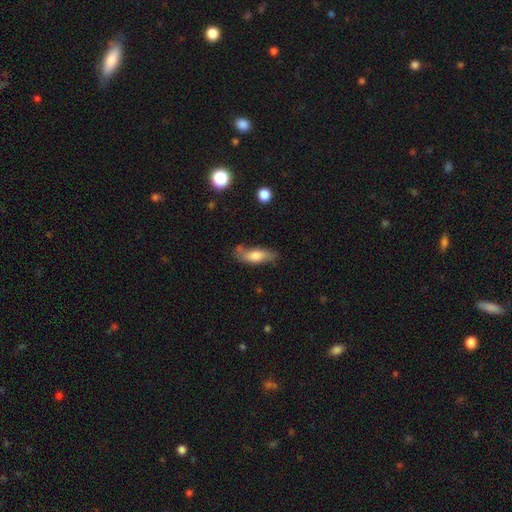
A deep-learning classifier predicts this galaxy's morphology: Smooth or featured?
  - smooth: 64% *
  - featured or disk: 29%
  - star or artifact: 7%
How rounded?
  - in between: 60% *
  - cigar-shaped: 37%
  - round: 3%
Merging?
  - none: 63% *
  - minor disturbance: 24%
  - major disturbance: 7%
  - merger: 6%